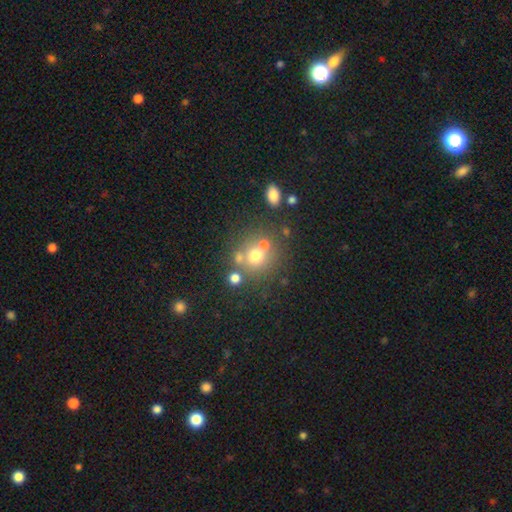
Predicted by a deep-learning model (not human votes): This appears to be a smooth galaxy with no disk features (63%) that is round (86%). Merging: none (59%).